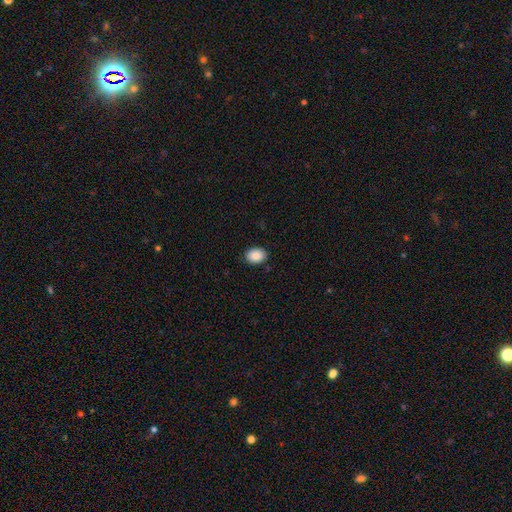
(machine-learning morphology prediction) Smooth or featured? Predicted: smooth (p=0.89). How rounded? Predicted: in between (p=0.69). Merging? Predicted: none (p=0.89).